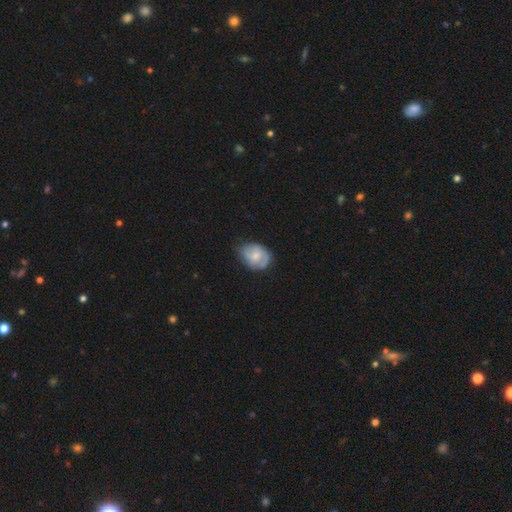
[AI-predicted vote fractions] smooth_or_featured: featured or disk (p=0.57) [alt: smooth p=0.37]
disk_edge_on: no (p=0.97) [alt: yes p=0.03]
bar: no (p=0.58) [alt: weak p=0.36]
has_spiral_arms: yes (p=0.86) [alt: no p=0.14]
bulge_size: small (p=0.49) [alt: moderate p=0.43]
merging: none (p=0.63) [alt: minor disturbance p=0.28]